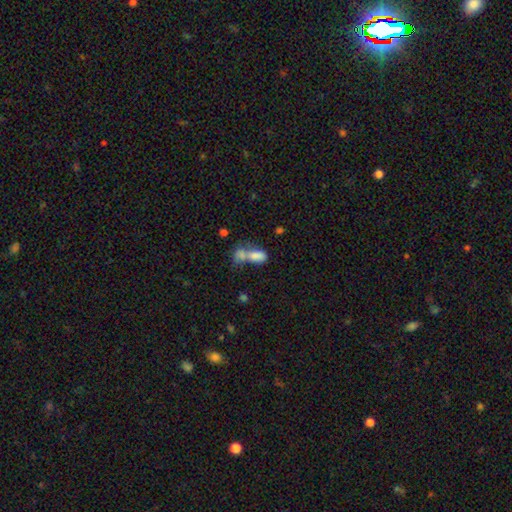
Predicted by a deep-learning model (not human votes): Smooth or featured: smooth — 79% (featured or disk — 12%)
How rounded: in between — 86% (cigar-shaped — 7%)
Merging: merger — 66% (none — 19%)